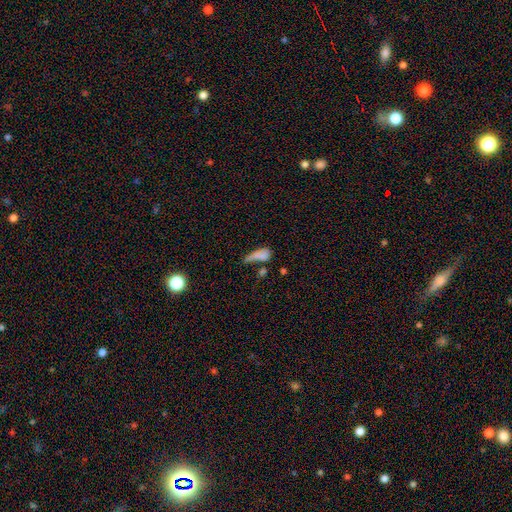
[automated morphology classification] Smooth or featured?
  - smooth: 66% *
  - featured or disk: 19%
  - star or artifact: 15%
How rounded?
  - in between: 60% *
  - cigar-shaped: 30%
  - round: 10%
Merging?
  - none: 28% *
  - merger: 27%
  - major disturbance: 27%
  - minor disturbance: 18%